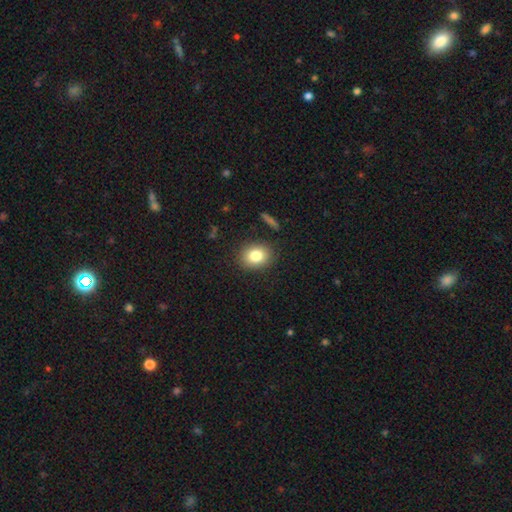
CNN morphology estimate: smooth_or_featured: smooth (p=0.81) [alt: star or artifact p=0.10]
how_rounded: round (p=0.56) [alt: in between p=0.43]
merging: none (p=0.86) [alt: minor disturbance p=0.09]